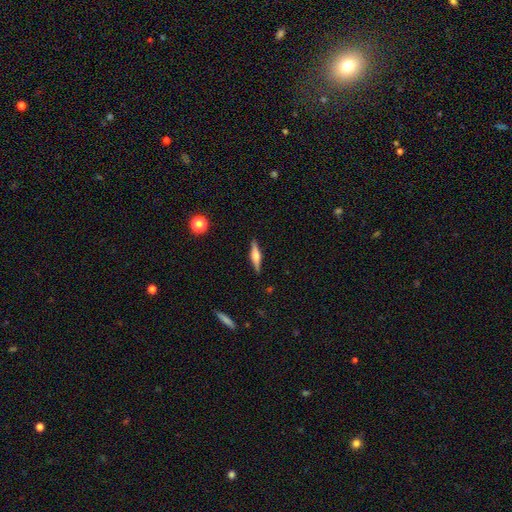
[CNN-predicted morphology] featured or disk 65%, smooth 29%, star or artifact 6%. Down the decision tree: edge-on disk — yes (97%); edge-on bulge — rounded (79%); merging — none (90%).